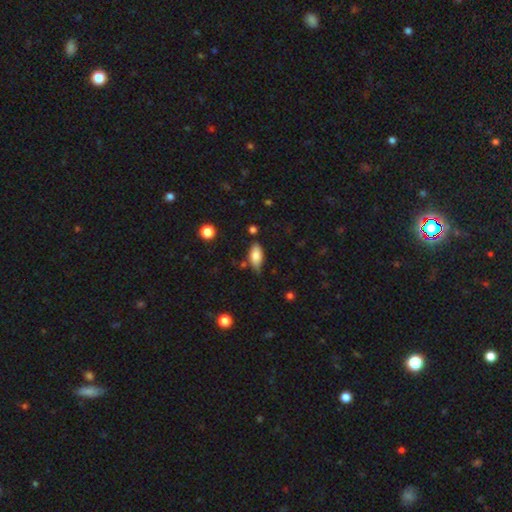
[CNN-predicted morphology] Smooth or featured? smooth (79%)
How rounded? in between (85%)
Merging? none (63%)